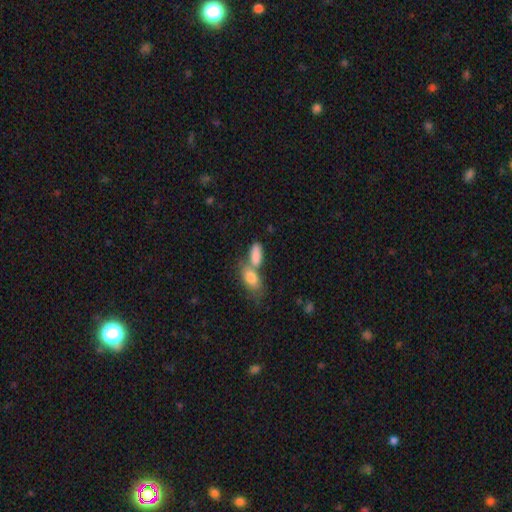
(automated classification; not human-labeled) This appears to be a smooth galaxy with no disk features (83%) that is in between round and cigar-shaped (84%). Merging: merger (57%).